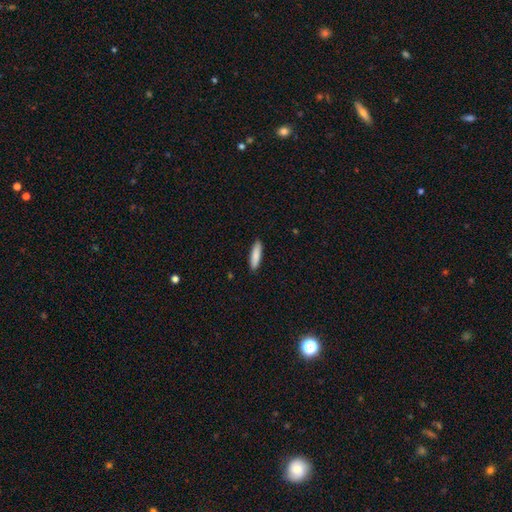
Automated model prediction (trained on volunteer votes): Overall: smooth (86%). How rounded: cigar-shaped (75%). Merging: none (90%).